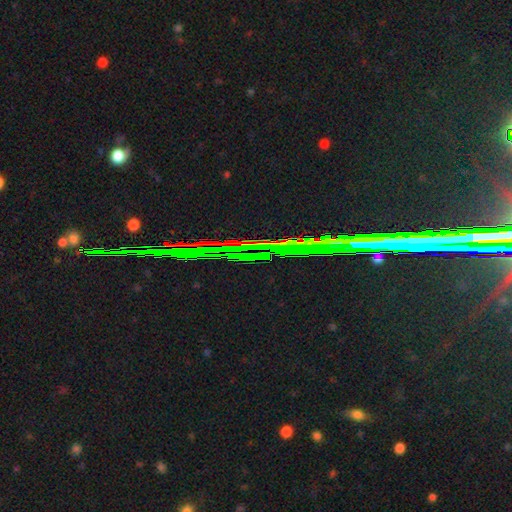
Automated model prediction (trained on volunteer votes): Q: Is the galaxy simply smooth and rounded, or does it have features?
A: star or artifact — 81%.